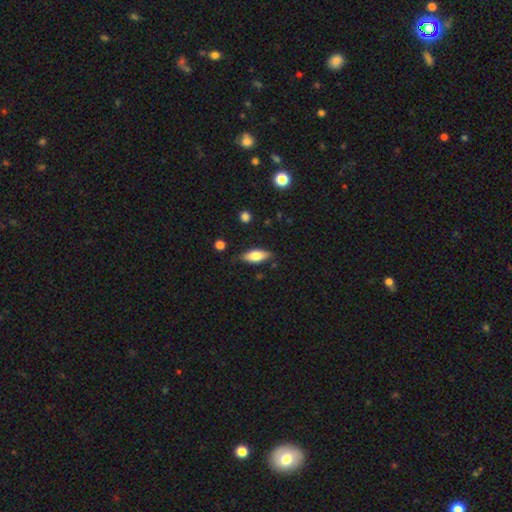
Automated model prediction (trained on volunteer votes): A smooth galaxy with no disk features (71%) that is in between round and cigar-shaped (75%).

Vote fractions:
- Smooth or featured? smooth: 71% / featured or disk: 23% / star or artifact: 6%
- How rounded? in between: 75% / cigar-shaped: 22% / round: 3%
- Merging? none: 82% / minor disturbance: 14% / major disturbance: 3% / merger: 2%